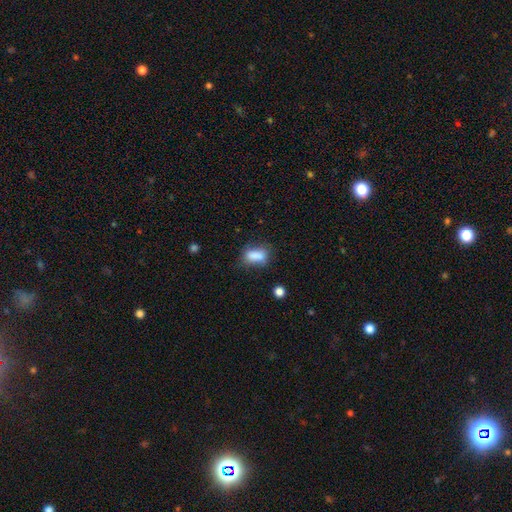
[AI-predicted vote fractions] Smooth or featured? smooth (82%)
How rounded? in between (83%)
Merging? none (56%)